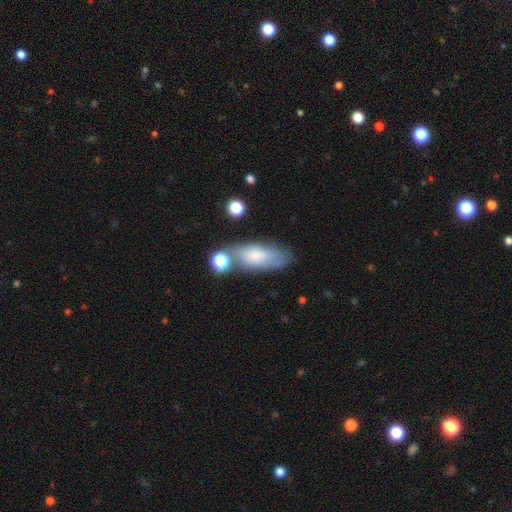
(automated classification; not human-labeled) Q: Smooth or featured?
A: smooth (69%); runner-up: featured or disk (22%)
Q: How rounded?
A: in between (75%); runner-up: cigar-shaped (21%)
Q: Merging?
A: none (56%); runner-up: minor disturbance (22%)